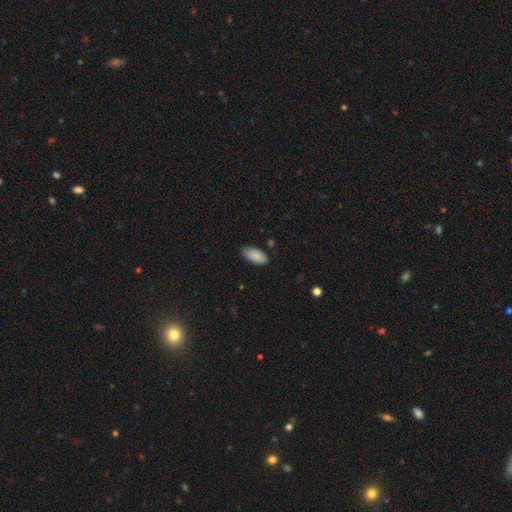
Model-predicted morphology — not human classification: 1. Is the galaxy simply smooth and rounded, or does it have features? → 89% smooth, 6% star or artifact, 5% featured or disk.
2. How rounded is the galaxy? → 93% in between, 5% cigar-shaped, 2% round.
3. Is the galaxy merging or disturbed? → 83% none, 13% minor disturbance, 2% major disturbance, 1% merger.